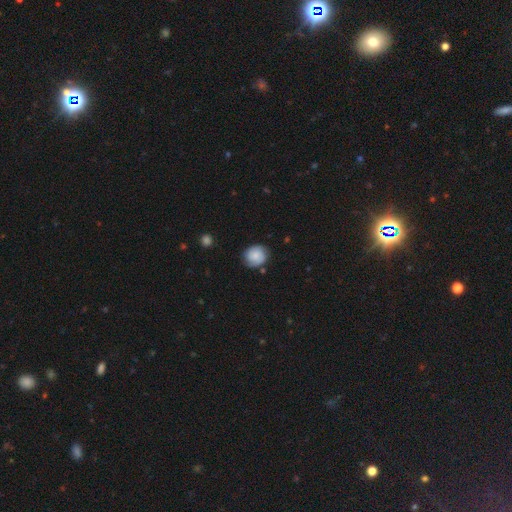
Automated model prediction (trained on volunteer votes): smooth_or_featured: smooth (p=0.62) [alt: featured or disk p=0.30]
how_rounded: round (p=0.82) [alt: in between p=0.17]
merging: none (p=0.77) [alt: minor disturbance p=0.17]